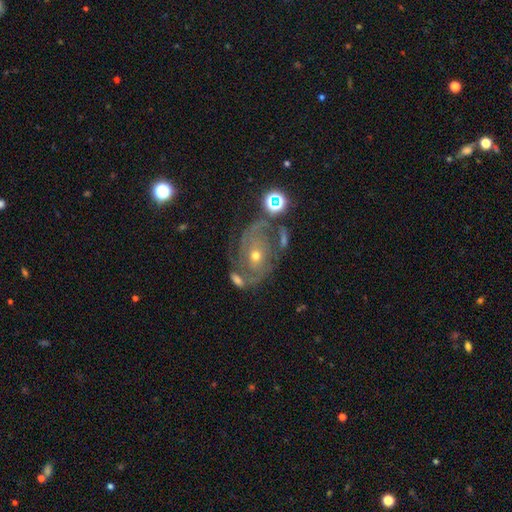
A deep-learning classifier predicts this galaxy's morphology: Q: Smooth or featured?
A: featured or disk (79%); runner-up: star or artifact (11%)
Q: Edge-on disk?
A: no (96%); runner-up: yes (4%)
Q: Bar?
A: no (69%); runner-up: weak (23%)
Q: Spiral arms?
A: yes (89%); runner-up: no (11%)
Q: Spiral winding?
A: tight (47%); runner-up: medium (39%)
Q: Spiral arm count?
A: 2 (40%); runner-up: can't tell (27%)
Q: Bulge size?
A: small (51%); runner-up: moderate (45%)
Q: Merging?
A: none (48%); runner-up: minor disturbance (20%)